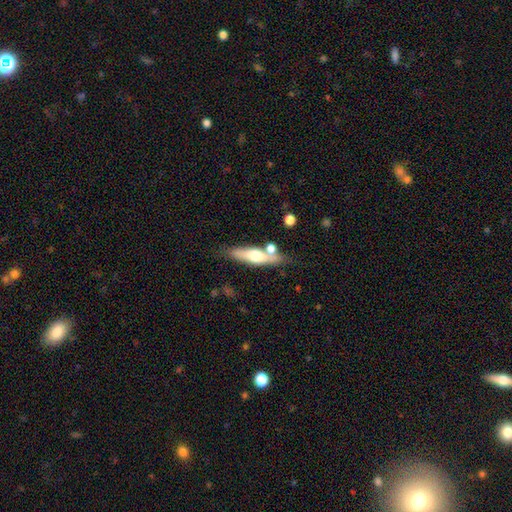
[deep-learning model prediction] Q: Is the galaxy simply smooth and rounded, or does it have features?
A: smooth — 49%.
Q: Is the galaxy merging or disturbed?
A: none — 64%.